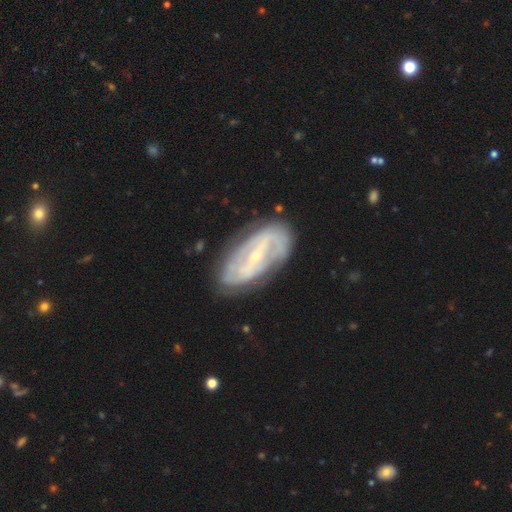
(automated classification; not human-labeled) smooth_or_featured: featured or disk (p=0.80) [alt: smooth p=0.15]
disk_edge_on: no (p=0.92) [alt: yes p=0.08]
bar: strong (p=0.48) [alt: weak p=0.34]
has_spiral_arms: yes (p=0.78) [alt: no p=0.22]
spiral_winding: tight (p=0.50) [alt: medium p=0.33]
spiral_arm_count: 2 (p=0.54) [alt: can't tell p=0.32]
bulge_size: small (p=0.73) [alt: moderate p=0.23]
merging: none (p=0.76) [alt: minor disturbance p=0.17]